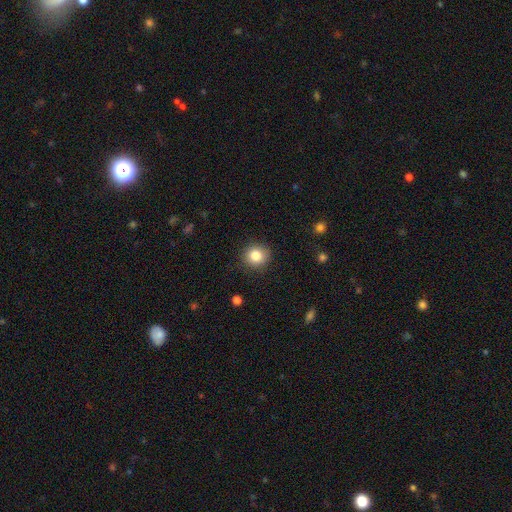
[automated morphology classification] A smooth galaxy with no disk features (84%) that is round (90%).

Vote fractions:
- Smooth or featured? smooth: 84% / star or artifact: 10% / featured or disk: 6%
- How rounded? round: 90% / in between: 10% / cigar-shaped: 1%
- Merging? none: 90% / minor disturbance: 7% / major disturbance: 2% / merger: 1%